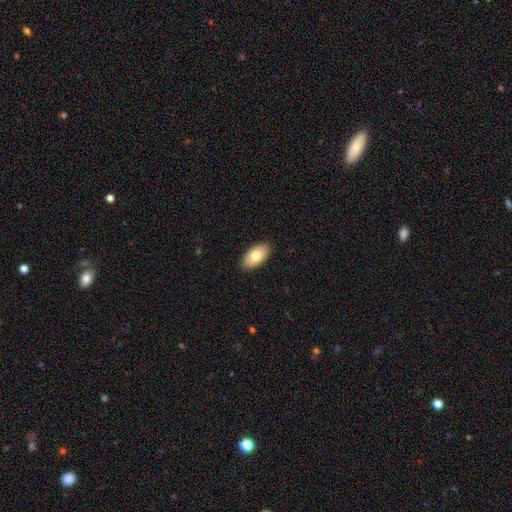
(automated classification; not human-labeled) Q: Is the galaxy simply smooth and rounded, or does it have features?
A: smooth — 78%.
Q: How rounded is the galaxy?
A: in between — 95%.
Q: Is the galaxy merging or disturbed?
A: none — 89%.